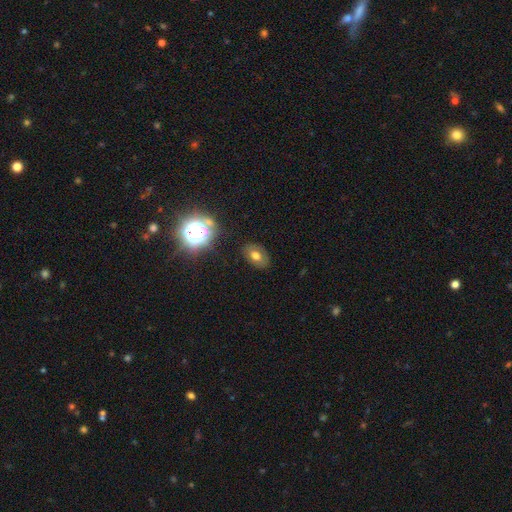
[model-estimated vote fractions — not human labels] A smooth galaxy with no disk features (60%) that is in between round and cigar-shaped (79%).

Vote fractions:
- Smooth or featured? smooth: 60% / featured or disk: 23% / star or artifact: 16%
- How rounded? in between: 79% / round: 20% / cigar-shaped: 1%
- Merging? none: 82% / minor disturbance: 12% / major disturbance: 4% / merger: 2%